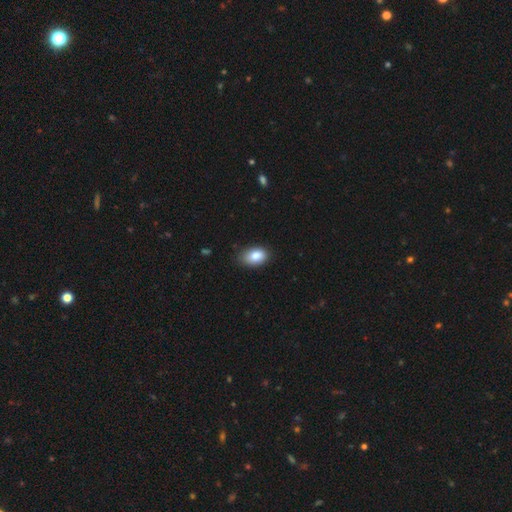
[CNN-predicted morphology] Smooth or featured? smooth (86%)
How rounded? in between (90%)
Merging? none (77%)